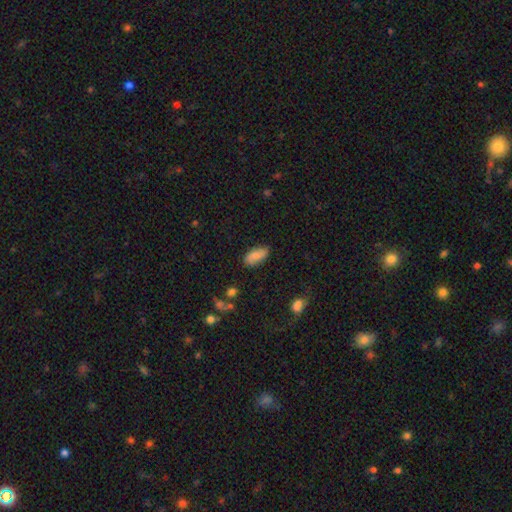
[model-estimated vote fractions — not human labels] This appears to be a smooth galaxy with no disk features (80%) that is in between round and cigar-shaped (88%). Merging: none (78%).